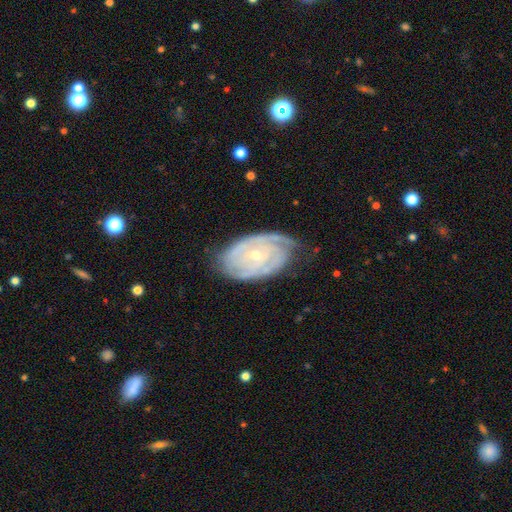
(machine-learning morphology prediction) Smooth or featured: featured or disk — 84% (smooth — 10%)
Edge-on disk: no — 96% (yes — 4%)
Bar: no — 67% (weak — 26%)
Spiral arms: yes — 95% (no — 5%)
Spiral winding: tight — 78% (medium — 18%)
Spiral arm count: can't tell — 33% (2 — 28%)
Bulge size: small — 68% (moderate — 29%)
Merging: none — 67% (minor disturbance — 24%)